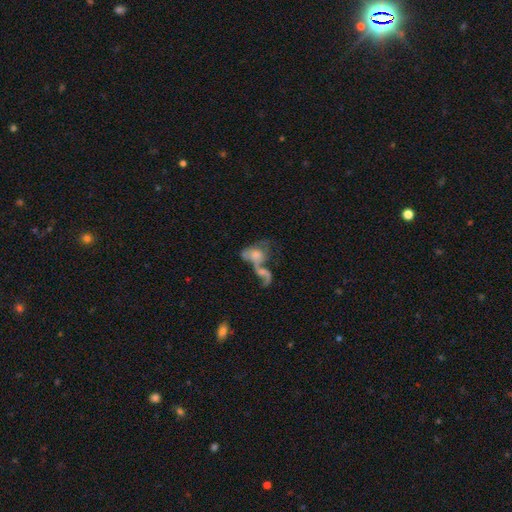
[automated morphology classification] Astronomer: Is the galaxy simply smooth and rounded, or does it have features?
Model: featured or disk — 50% (runner-up: smooth, 40%).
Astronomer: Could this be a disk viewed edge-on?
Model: no — 95%.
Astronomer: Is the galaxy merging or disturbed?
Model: merger — 70%.